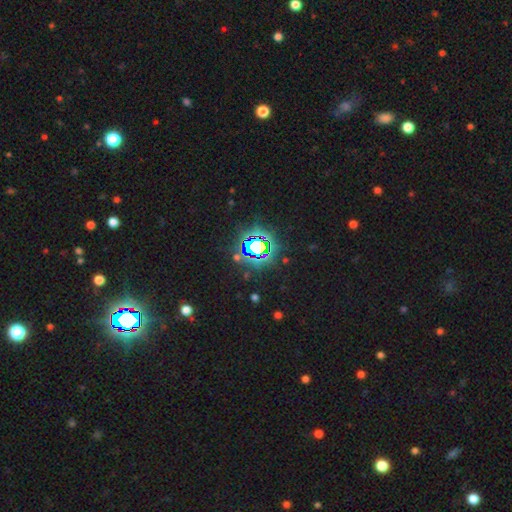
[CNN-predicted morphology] smooth_or_featured: star or artifact (p=0.83) [alt: smooth p=0.10]